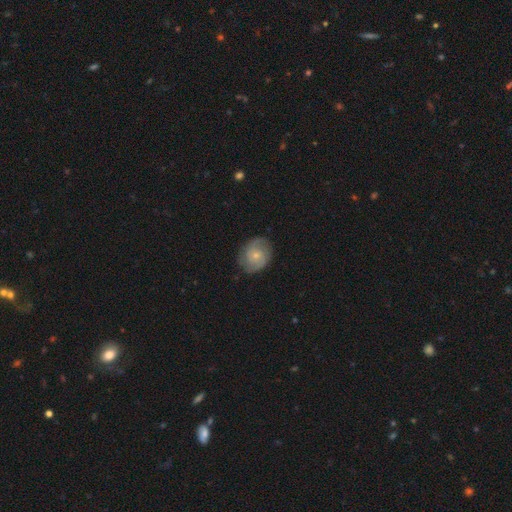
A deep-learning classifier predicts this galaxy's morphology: The model was most divided on "spiral winding": tight: 44%, medium: 42%, loose: 14%. More confident: edge-on disk — no (97%); spiral arms — yes (90%); merging — none (78%); bar — no (74%); bulge size — small (69%); spiral arm count — 2 (67%); smooth or featured — featured or disk (65%).